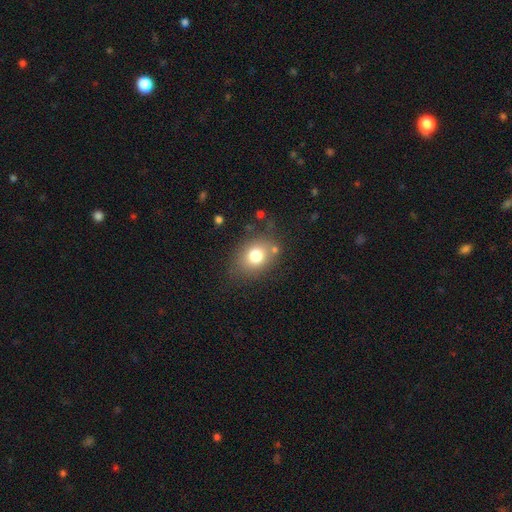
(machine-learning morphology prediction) smooth_or_featured: smooth (p=0.77) [alt: featured or disk p=0.12]
how_rounded: in between (p=0.53) [alt: round p=0.46]
merging: none (p=0.75) [alt: minor disturbance p=0.15]